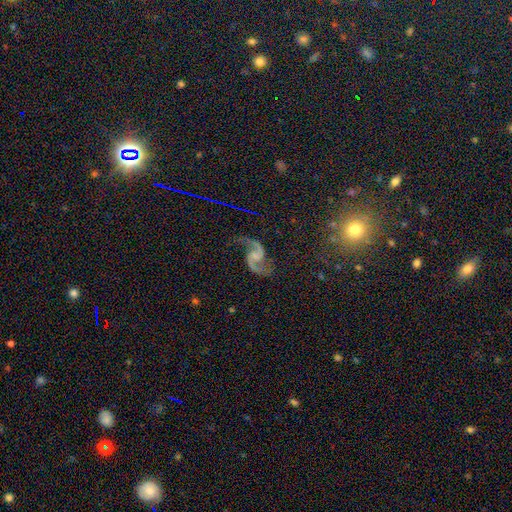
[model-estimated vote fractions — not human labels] featured or disk 91%, star or artifact 6%, smooth 3%. Down the decision tree: edge-on disk — no (98%); bar — no (50%); spiral arms — yes (98%); spiral arm count — 2 (94%); spiral winding — loose (64%); bulge size — none (42%); merging — none (74%).